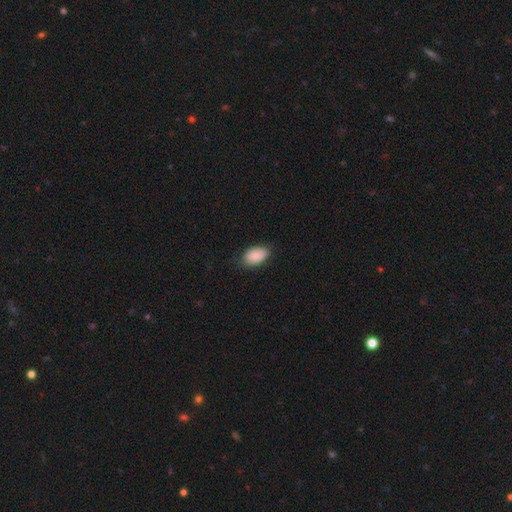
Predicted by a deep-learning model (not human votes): This appears to be a smooth galaxy with no disk features (86%) that is in between round and cigar-shaped (92%). Merging: none (72%).